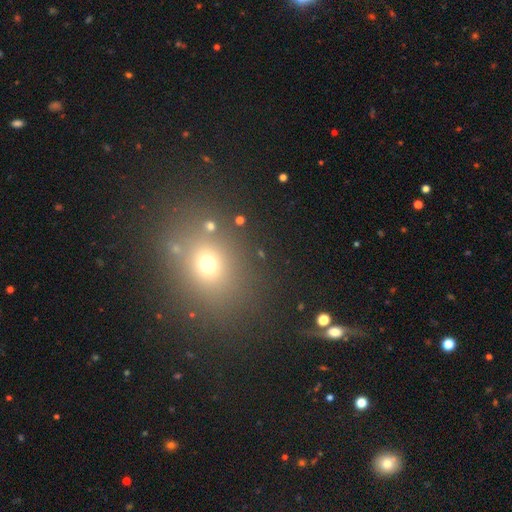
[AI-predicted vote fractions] Morphology: type=smooth (55%); roundness=round (52%); merging=none (83%).